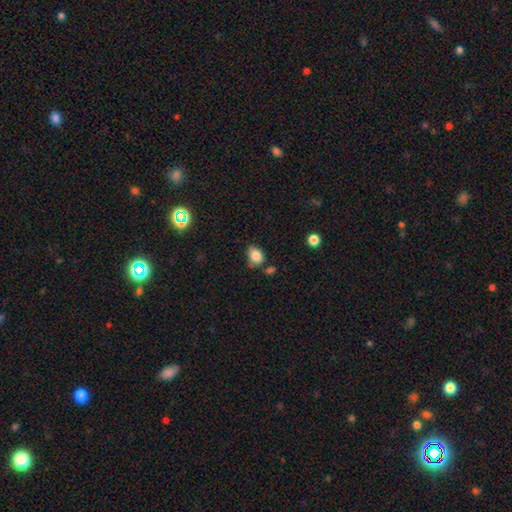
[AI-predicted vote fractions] Smooth or featured: smooth — 83% (star or artifact — 10%)
How rounded: in between — 71% (round — 28%)
Merging: none — 58% (minor disturbance — 27%)